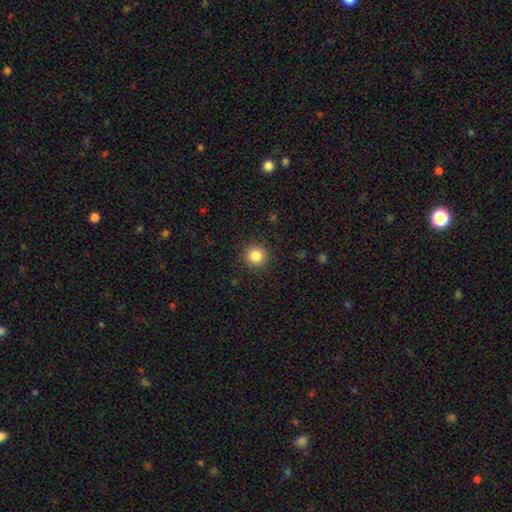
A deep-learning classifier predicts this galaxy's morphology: Q: Smooth or featured?
A: smooth (85%); runner-up: star or artifact (11%)
Q: How rounded?
A: round (93%); runner-up: in between (6%)
Q: Merging?
A: none (91%); runner-up: minor disturbance (6%)